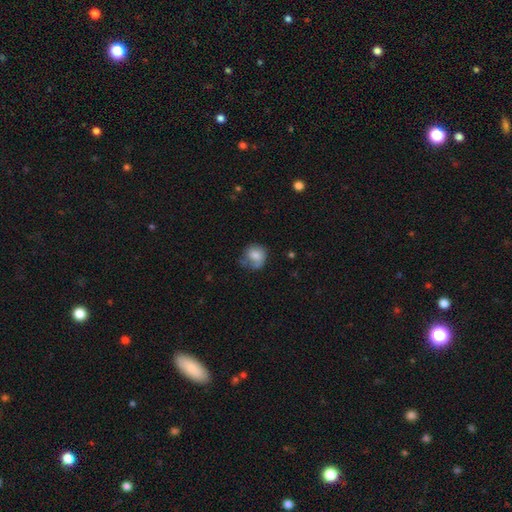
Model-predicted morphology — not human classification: A smooth galaxy with no disk features (71%) that is round (74%).

Vote fractions:
- Smooth or featured? smooth: 71% / featured or disk: 21% / star or artifact: 8%
- How rounded? round: 74% / in between: 25% / cigar-shaped: 1%
- Merging? none: 46% / minor disturbance: 30% / major disturbance: 19% / merger: 6%